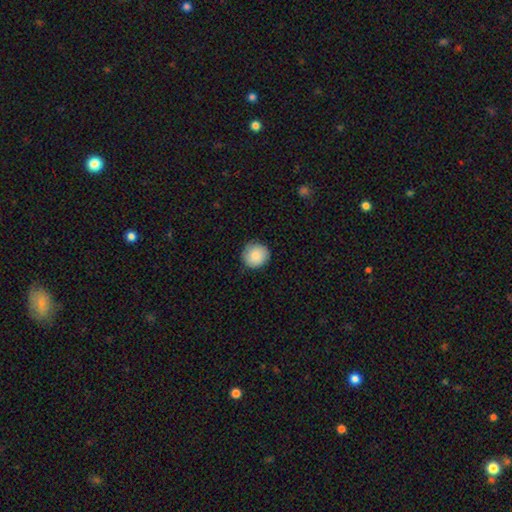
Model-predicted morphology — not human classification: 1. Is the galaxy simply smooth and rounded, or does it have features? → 86% smooth, 8% featured or disk, 7% star or artifact.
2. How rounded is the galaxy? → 93% round, 6% in between, 1% cigar-shaped.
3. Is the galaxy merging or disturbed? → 85% none, 12% minor disturbance, 2% major disturbance, 1% merger.